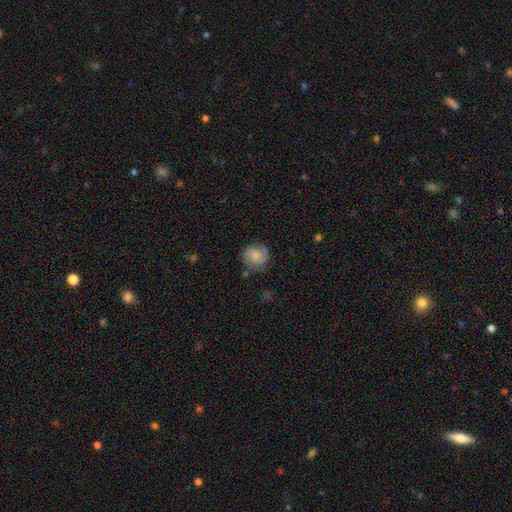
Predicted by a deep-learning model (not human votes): This is likely a smooth galaxy (62%). How rounded: clearly round (85%). Merging: likely none (75%).